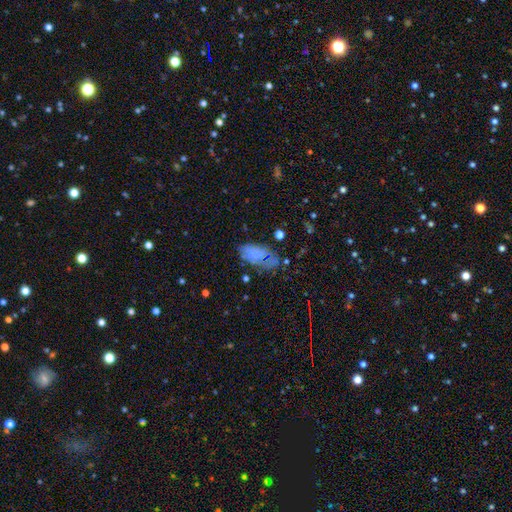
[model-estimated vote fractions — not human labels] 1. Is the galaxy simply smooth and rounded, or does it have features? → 54% smooth, 23% star or artifact, 23% featured or disk.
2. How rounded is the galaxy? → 87% in between, 8% cigar-shaped, 5% round.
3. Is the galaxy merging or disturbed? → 60% none, 24% minor disturbance, 12% major disturbance, 4% merger.